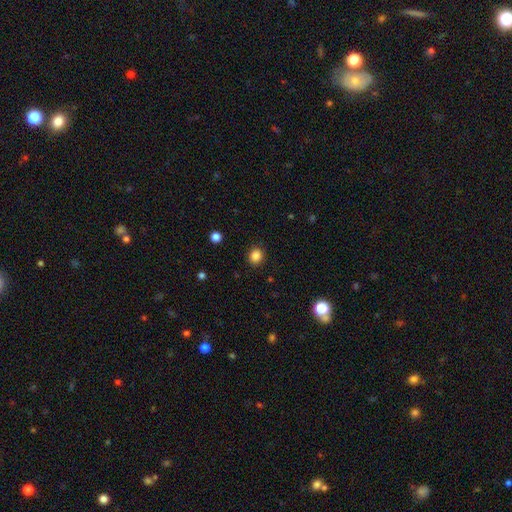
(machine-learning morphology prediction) Smooth or featured?
  - smooth: 86% *
  - star or artifact: 11%
  - featured or disk: 3%
How rounded?
  - round: 82% *
  - in between: 18%
  - cigar-shaped: 1%
Merging?
  - none: 90% *
  - minor disturbance: 6%
  - major disturbance: 2%
  - merger: 1%